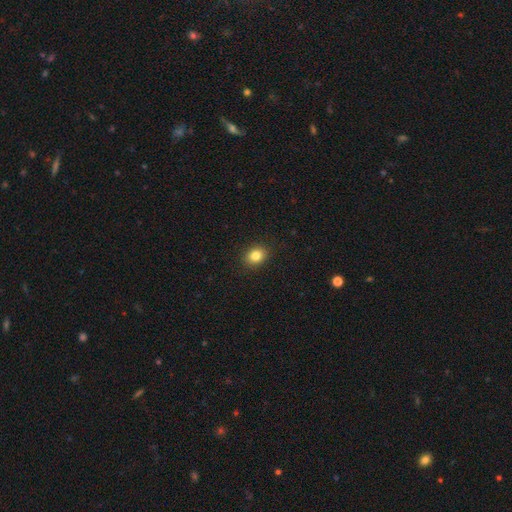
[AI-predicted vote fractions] Smooth or featured: smooth — 83% (star or artifact — 10%)
How rounded: in between — 52% (round — 47%)
Merging: none — 90% (minor disturbance — 7%)